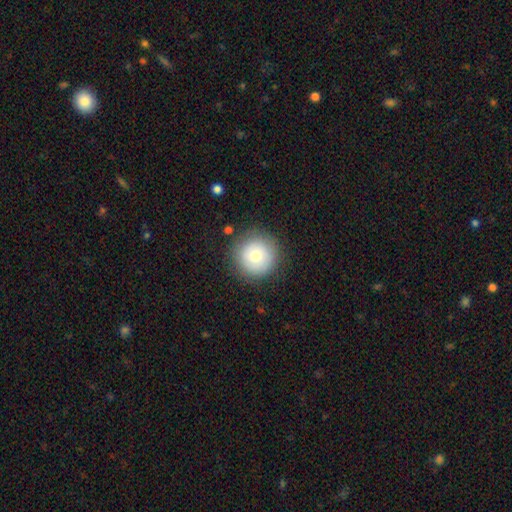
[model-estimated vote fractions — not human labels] Smooth or featured: smooth — 76% (featured or disk — 15%)
How rounded: round — 95% (in between — 4%)
Merging: none — 85% (minor disturbance — 10%)